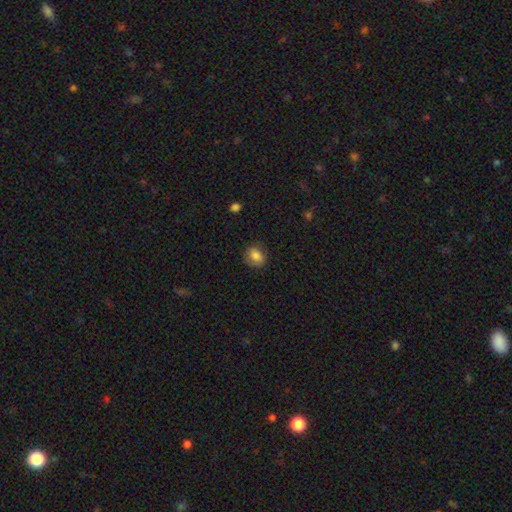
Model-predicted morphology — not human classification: Smooth or featured? smooth (82%)
How rounded? round (59%)
Merging? none (79%)